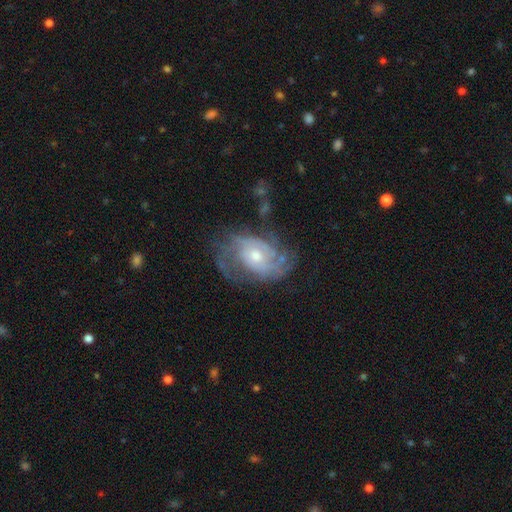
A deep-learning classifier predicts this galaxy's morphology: A featured or disk galaxy (83%) with no bar (72%), tight (48%) spiral arms (91%) and a moderate central bulge (55%).

Vote fractions:
- Smooth or featured? featured or disk: 83% / smooth: 11% / star or artifact: 6%
- Edge-on disk? no: 97% / yes: 3%
- Bar? no: 72% / weak: 24% / strong: 4%
- Spiral arms? yes: 91% / no: 9%
- Spiral winding? tight: 48% / medium: 38% / loose: 14%
- Spiral arm count? can't tell: 34% / 2: 32% / 3: 17% / 4: 7% / 1: 5% / more than 4: 5%
- Bulge size? moderate: 55% / small: 39% / large: 4% / none: 1% / dominant: 1%
- Merging? none: 60% / minor disturbance: 22% / major disturbance: 15% / merger: 2%